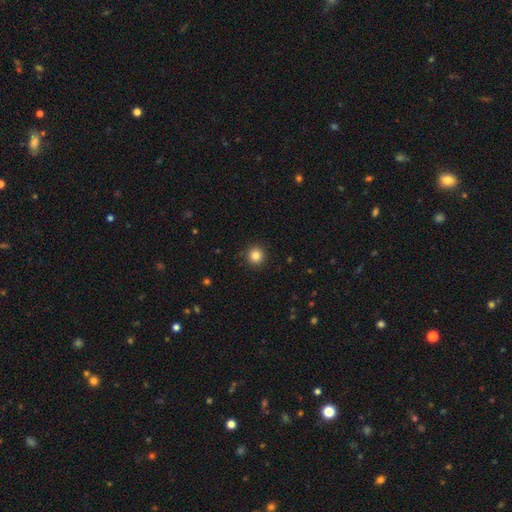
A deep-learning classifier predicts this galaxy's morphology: type=smooth (84%); roundness=round (94%); merging=none (90%).